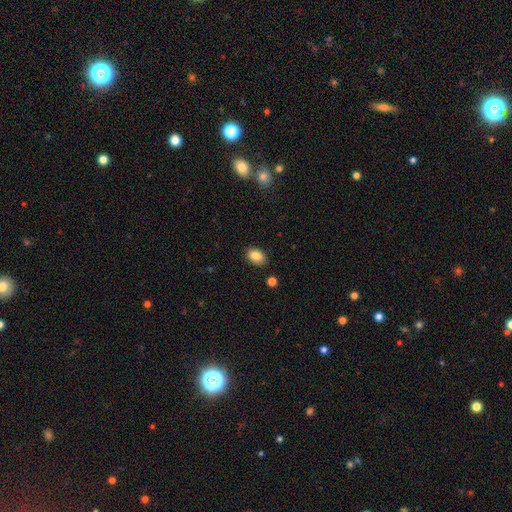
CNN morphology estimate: A smooth galaxy with no disk features (86%) that is in between round and cigar-shaped (85%). Merging: none (87%).